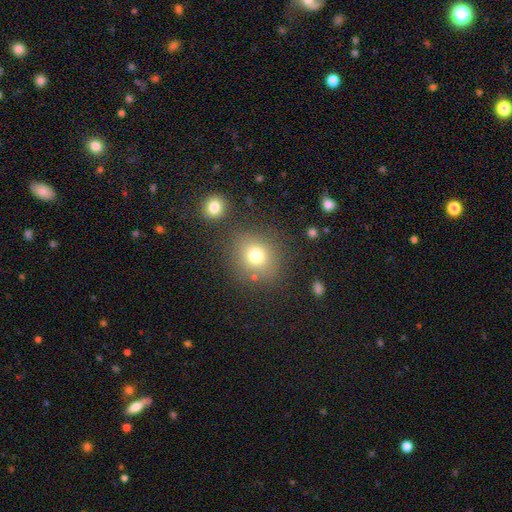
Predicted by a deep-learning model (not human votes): This appears to be a smooth galaxy with no disk features (74%) that is round (79%). Merging: none (77%).